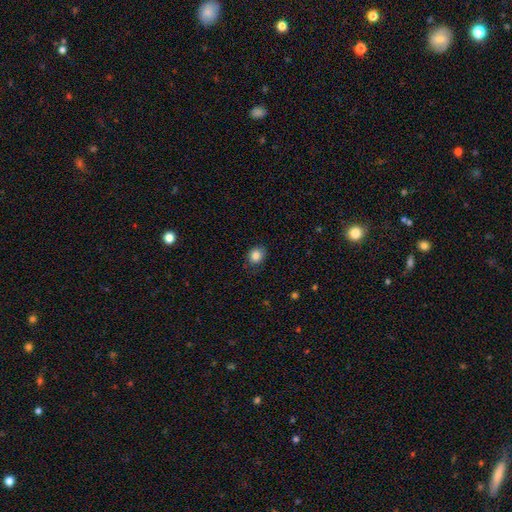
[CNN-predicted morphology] This appears to be a smooth galaxy with no disk features (84%) that is round (63%). Merging: none (81%).